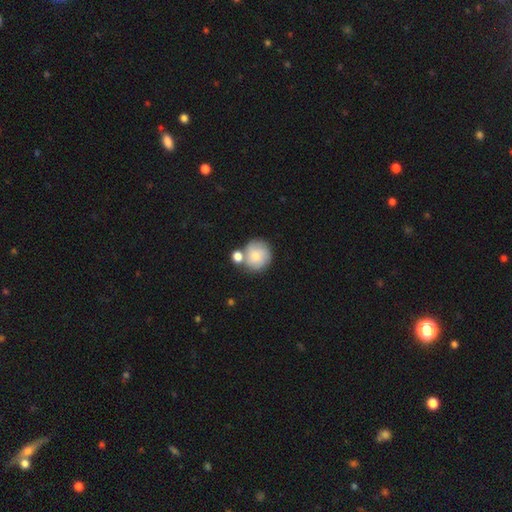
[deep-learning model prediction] smooth-or-featured: smooth: 69% | featured or disk: 23% | star or artifact: 8%
  how-rounded: round: 87% | in between: 12% | cigar-shaped: 1%
  merging: none: 51% | merger: 29% | minor disturbance: 14% | major disturbance: 6%